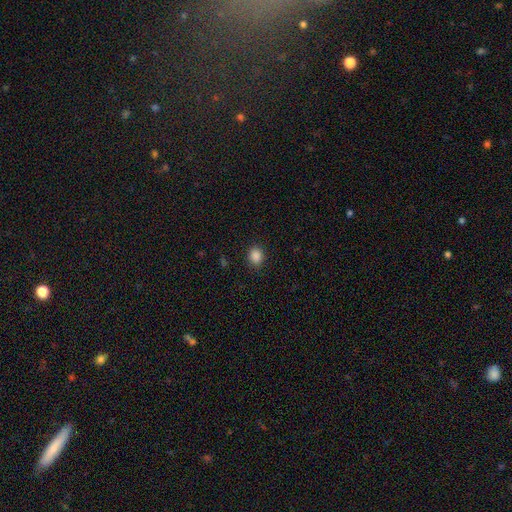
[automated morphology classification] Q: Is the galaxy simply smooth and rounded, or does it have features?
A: smooth — 86%.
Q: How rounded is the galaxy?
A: round — 66%.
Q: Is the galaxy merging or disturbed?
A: none — 89%.